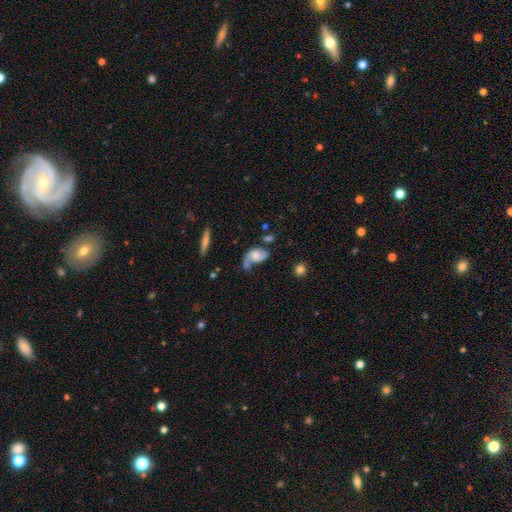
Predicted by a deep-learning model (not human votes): The model was most divided on "bulge size": moderate: 31%, none: 24%, small: 22%, large: 20%, dominant: 3%. Remaining: edge-on disk — no (95%); spiral arms — yes (86%); spiral arm count — 2 (78%); bar — no (66%); smooth or featured — featured or disk (62%); spiral winding — loose (49%); merging — none (35%).